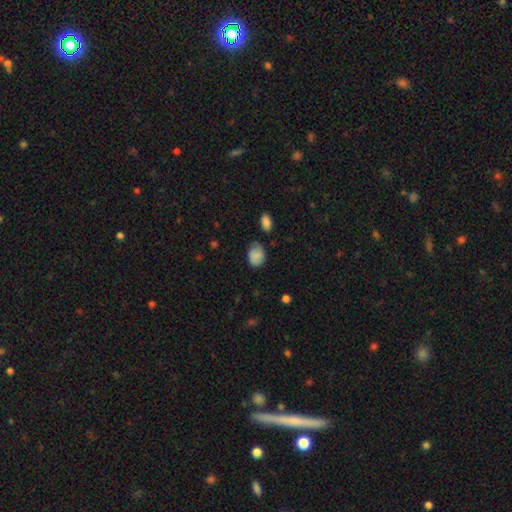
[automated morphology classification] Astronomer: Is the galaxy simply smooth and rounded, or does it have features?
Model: smooth — 83%.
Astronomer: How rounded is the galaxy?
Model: in between — 66%.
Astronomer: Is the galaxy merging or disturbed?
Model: none — 60%.